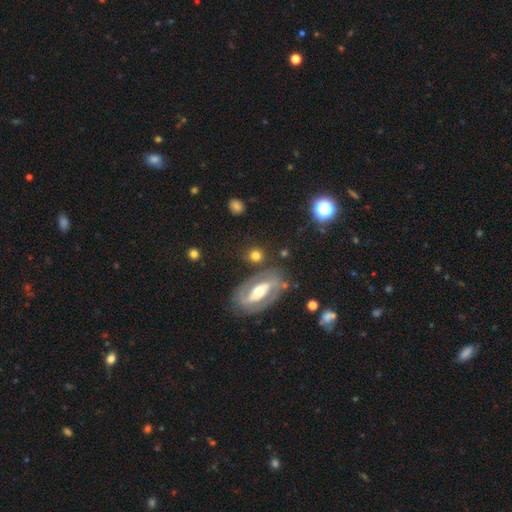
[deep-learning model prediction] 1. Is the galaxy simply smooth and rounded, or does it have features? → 59% smooth, 32% featured or disk, 10% star or artifact.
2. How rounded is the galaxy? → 66% round, 30% in between, 5% cigar-shaped.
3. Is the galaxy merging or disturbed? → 76% none, 12% minor disturbance, 6% major disturbance, 6% merger.